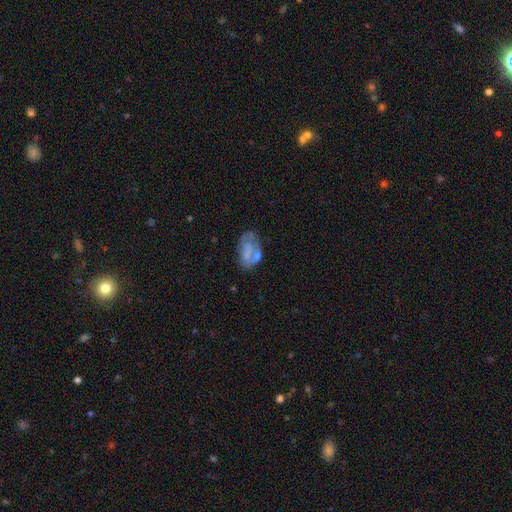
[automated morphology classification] Smooth or featured? featured or disk (46%)
Merging? none (42%)